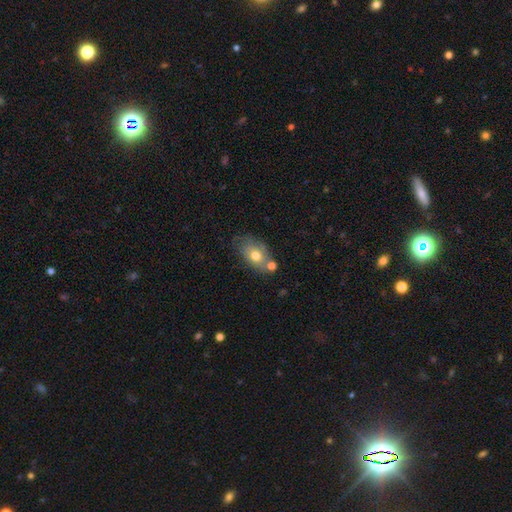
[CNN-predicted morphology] Smooth or featured: smooth — 67% (featured or disk — 25%)
How rounded: in between — 84% (round — 14%)
Merging: none — 53% (minor disturbance — 21%)